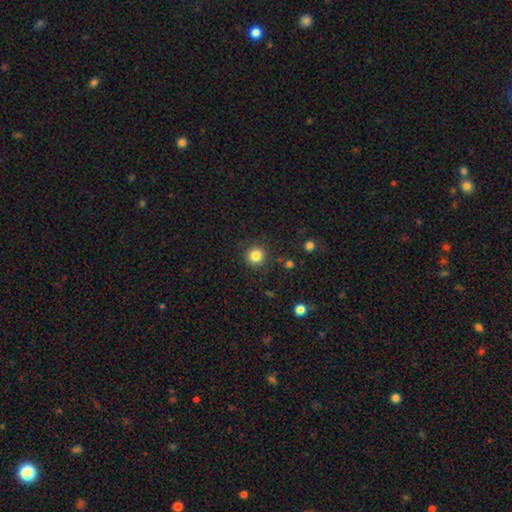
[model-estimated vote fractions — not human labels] The model was most divided on "smooth or featured": smooth: 83%, star or artifact: 12%, featured or disk: 5%. More confident: how rounded — round (94%); merging — none (90%).